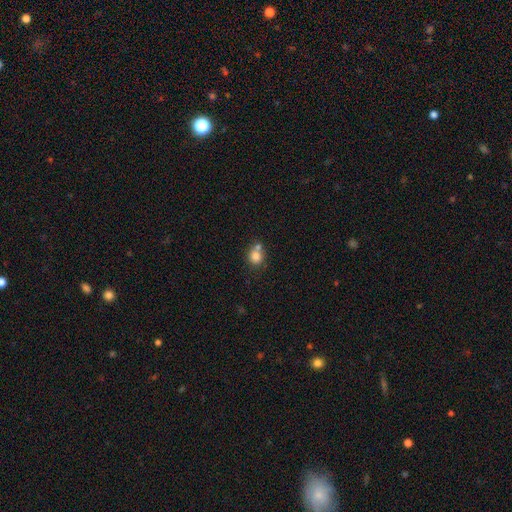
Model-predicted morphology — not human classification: smooth 80%, star or artifact 11%, featured or disk 9%. Down the decision tree: how rounded — round (80%); merging — none (46%).